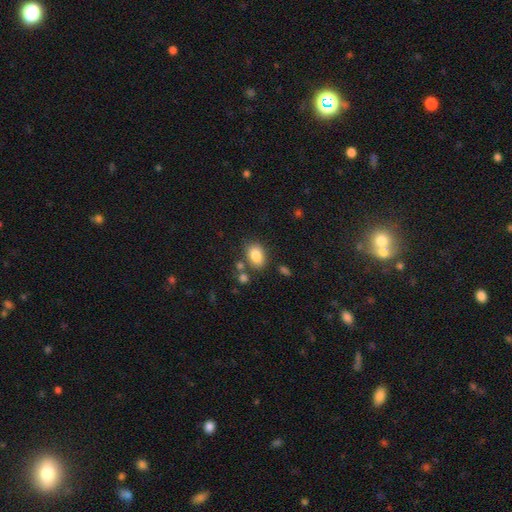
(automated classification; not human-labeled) Smooth or featured?
  - smooth: 84% *
  - star or artifact: 9%
  - featured or disk: 8%
How rounded?
  - in between: 78% *
  - round: 20%
  - cigar-shaped: 1%
Merging?
  - none: 75% *
  - minor disturbance: 12%
  - merger: 8%
  - major disturbance: 4%